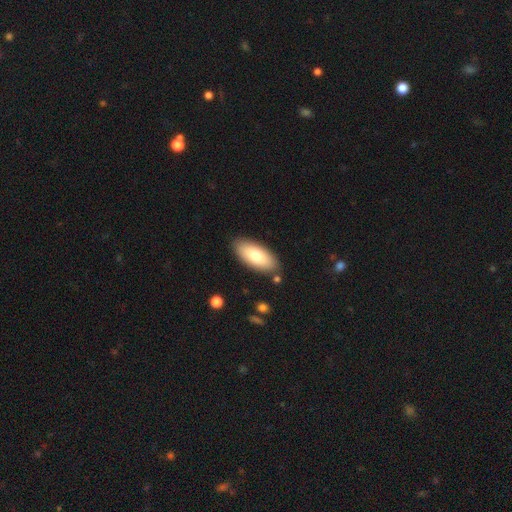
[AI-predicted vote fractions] smooth 79%, featured or disk 15%, star or artifact 6%. Down the decision tree: how rounded — in between (87%); merging — none (85%).